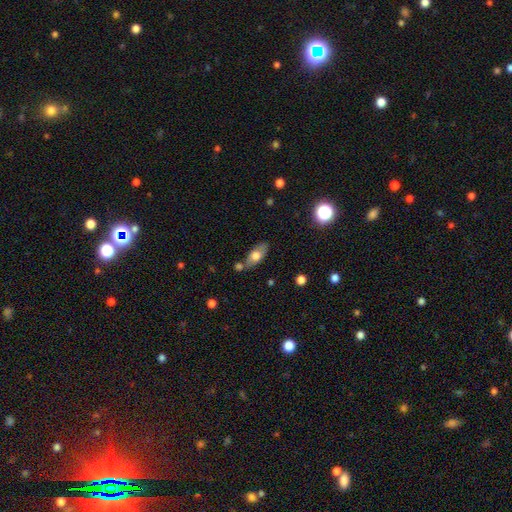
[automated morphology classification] A smooth galaxy with no disk features (67%) that is in between round and cigar-shaped (81%).

Vote fractions:
- Smooth or featured? smooth: 67% / featured or disk: 25% / star or artifact: 7%
- How rounded? in between: 81% / cigar-shaped: 14% / round: 5%
- Merging? none: 64% / minor disturbance: 17% / merger: 14% / major disturbance: 5%